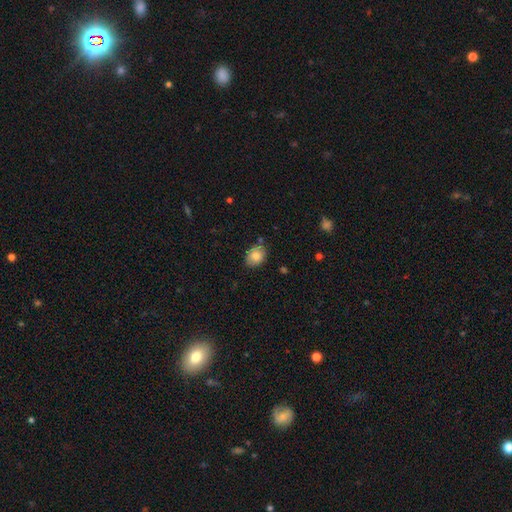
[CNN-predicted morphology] A smooth galaxy with no disk features (83%) that is in between round and cigar-shaped (61%).

Vote fractions:
- Smooth or featured? smooth: 83% / featured or disk: 9% / star or artifact: 8%
- How rounded? in between: 61% / round: 38% / cigar-shaped: 1%
- Merging? none: 76% / minor disturbance: 17% / merger: 4% / major disturbance: 3%